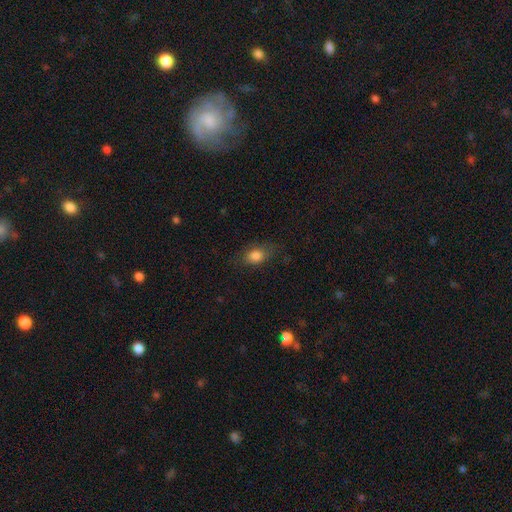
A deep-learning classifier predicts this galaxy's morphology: This is clearly a smooth galaxy (81%). How rounded: likely in between (74%). Merging: likely none (71%).